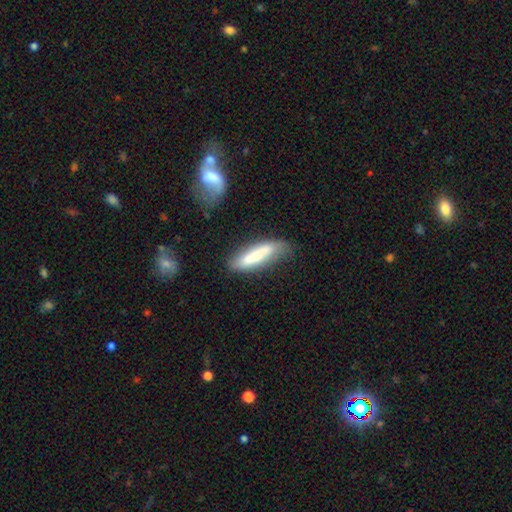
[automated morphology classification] This is likely a smooth galaxy (64%). How rounded: likely cigar-shaped (71%). Merging: likely none (63%).